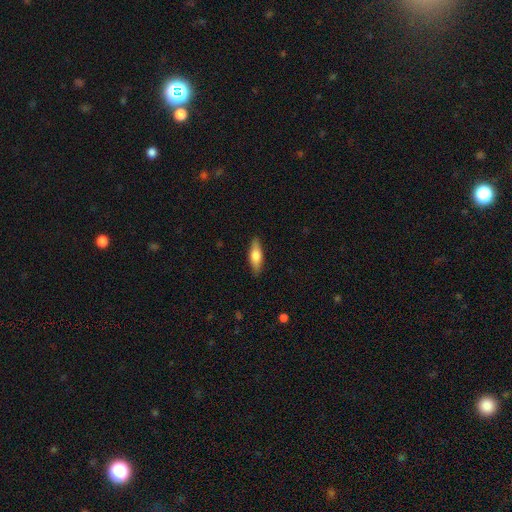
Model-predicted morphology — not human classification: The model was most divided on "how rounded": in between: 53%, cigar-shaped: 45%, round: 2%. More confident: merging — none (88%); smooth or featured — smooth (64%).